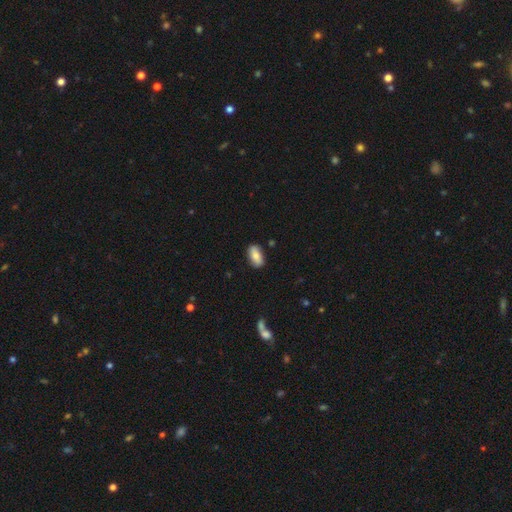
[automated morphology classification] A smooth galaxy with no disk features (78%) that is in between round and cigar-shaped (90%). Merging: none (83%).